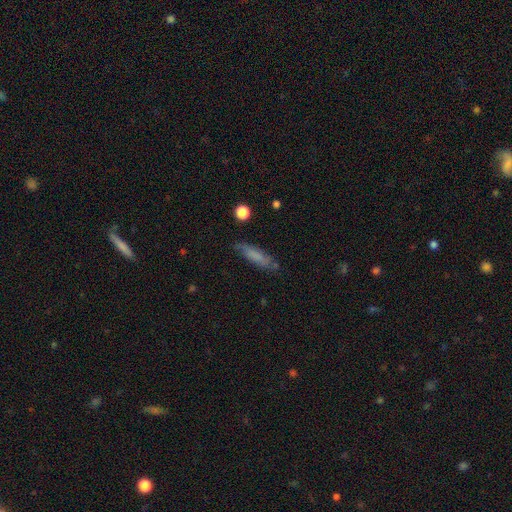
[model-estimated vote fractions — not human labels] This is likely a smooth galaxy (69%). How rounded: likely cigar-shaped (73%). Merging: likely none (72%).